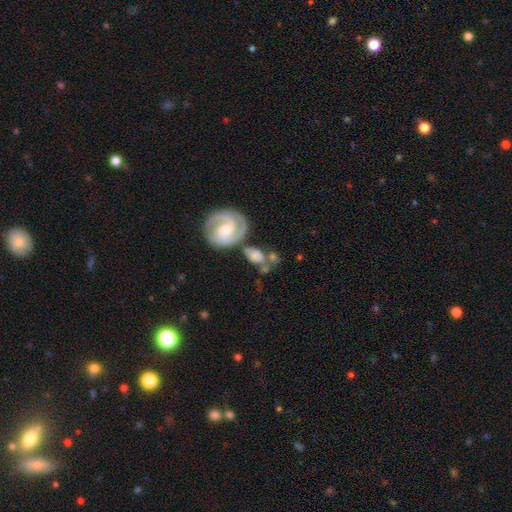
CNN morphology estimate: Q: Smooth or featured?
A: featured or disk (47%); runner-up: smooth (46%)
Q: Merging?
A: none (41%); runner-up: merger (29%)